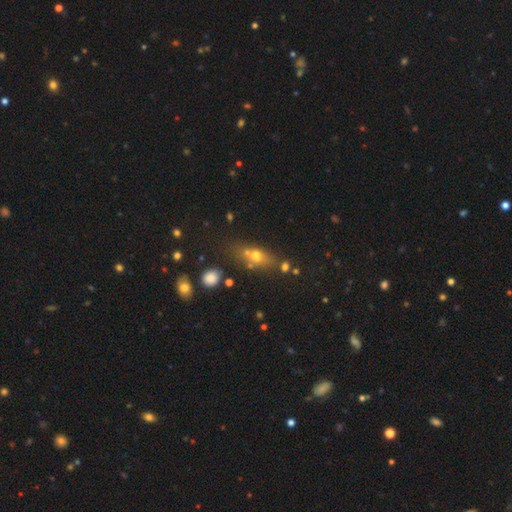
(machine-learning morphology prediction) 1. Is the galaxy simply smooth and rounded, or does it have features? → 59% smooth, 23% featured or disk, 18% star or artifact.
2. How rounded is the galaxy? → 59% in between, 22% cigar-shaped, 19% round.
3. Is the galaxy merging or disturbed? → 53% none, 23% merger, 16% minor disturbance, 8% major disturbance.